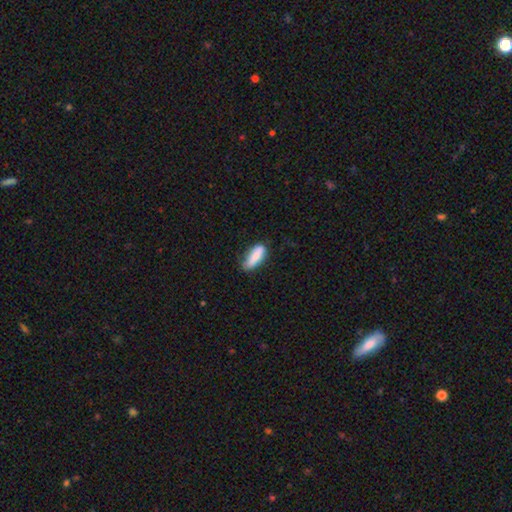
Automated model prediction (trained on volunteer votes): A smooth galaxy with no disk features (81%) that is in between round and cigar-shaped (62%). Merging: none (64%).